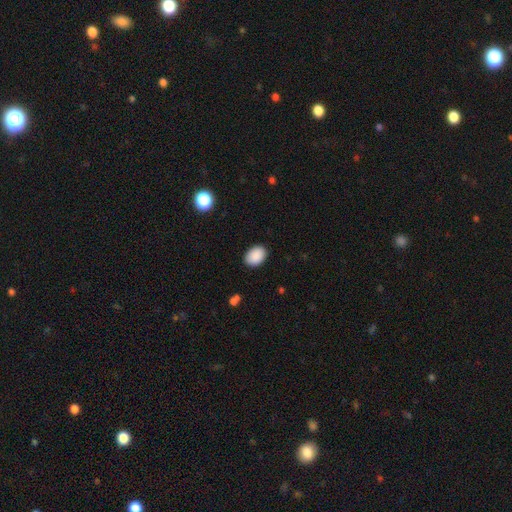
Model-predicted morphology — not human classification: Smooth or featured? smooth (90%)
How rounded? in between (80%)
Merging? none (88%)